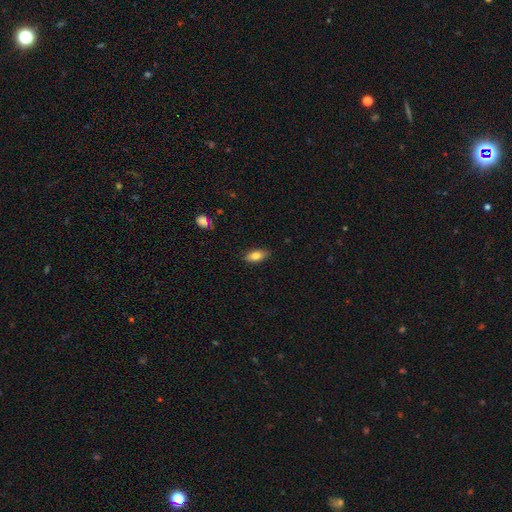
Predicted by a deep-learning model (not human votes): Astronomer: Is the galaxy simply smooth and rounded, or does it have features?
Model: smooth — 79%.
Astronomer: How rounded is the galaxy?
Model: in between — 85%.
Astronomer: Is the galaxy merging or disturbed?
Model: none — 86%.